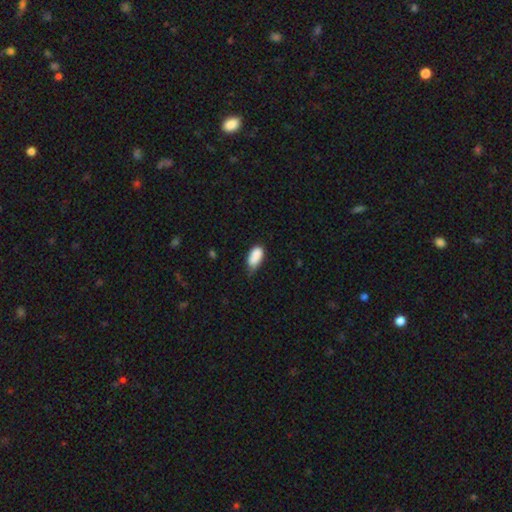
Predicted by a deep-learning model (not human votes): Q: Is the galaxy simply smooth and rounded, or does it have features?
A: smooth — 85%.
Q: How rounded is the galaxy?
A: in between — 91%.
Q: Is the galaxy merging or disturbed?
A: minor disturbance — 45%.